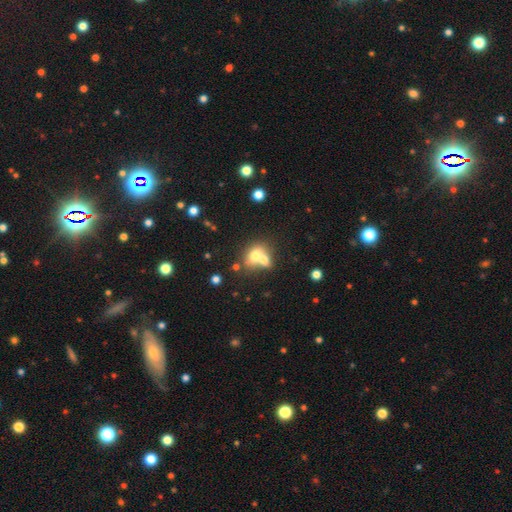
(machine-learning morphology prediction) A smooth galaxy with no disk features (68%) that is in between round and cigar-shaped (61%). Merging: merger (64%).